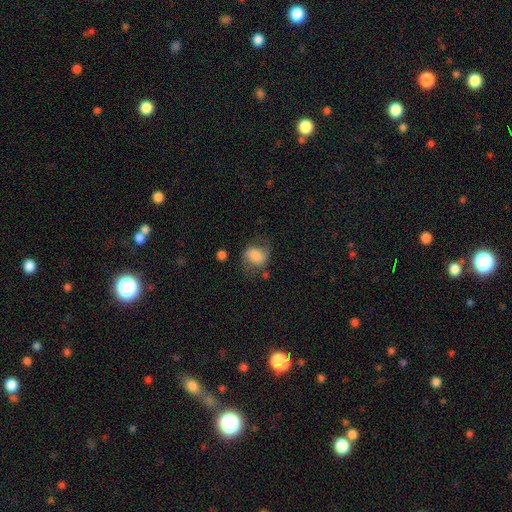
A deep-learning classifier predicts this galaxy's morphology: smooth 64%, featured or disk 27%, star or artifact 9%. Down the decision tree: how rounded — in between (57%); merging — none (51%).